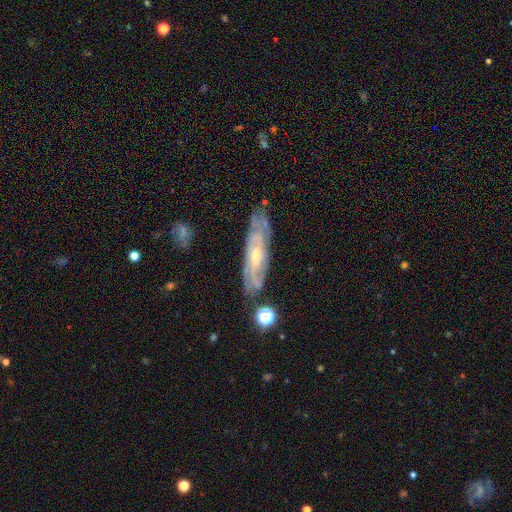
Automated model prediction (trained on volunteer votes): This appears to be a featured or disk galaxy (79%) with no bar (55%), tight (67%) spiral arms (88%) and a small central bulge (48%). Merging: none (78%).